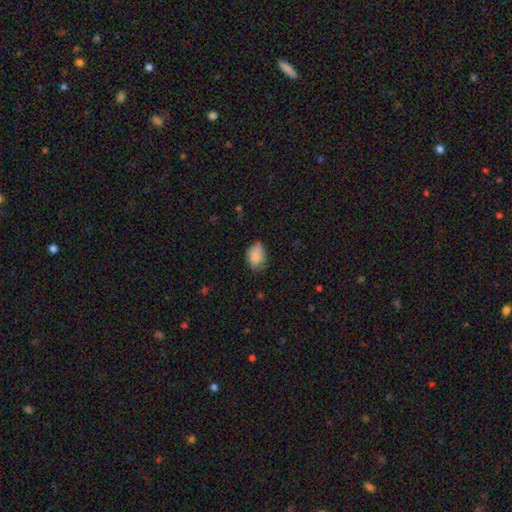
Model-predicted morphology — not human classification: Smooth or featured?
  - smooth: 85% *
  - star or artifact: 8%
  - featured or disk: 7%
How rounded?
  - in between: 72% *
  - round: 27%
  - cigar-shaped: 1%
Merging?
  - none: 63% *
  - minor disturbance: 29%
  - major disturbance: 6%
  - merger: 1%